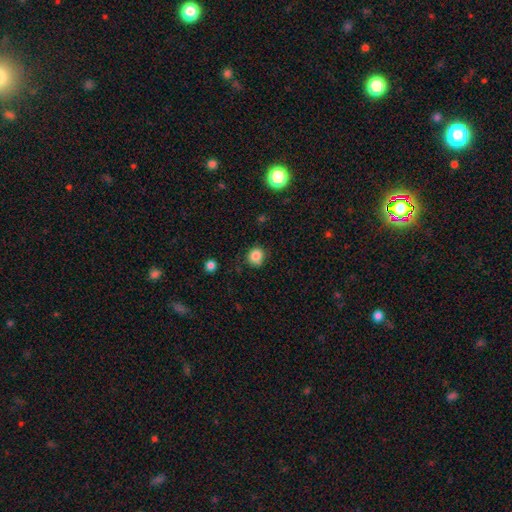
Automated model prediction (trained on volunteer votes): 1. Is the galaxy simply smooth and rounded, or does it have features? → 84% smooth, 11% star or artifact, 5% featured or disk.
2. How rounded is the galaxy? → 82% round, 17% in between, 1% cigar-shaped.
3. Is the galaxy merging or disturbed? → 79% none, 15% minor disturbance, 3% major disturbance, 2% merger.